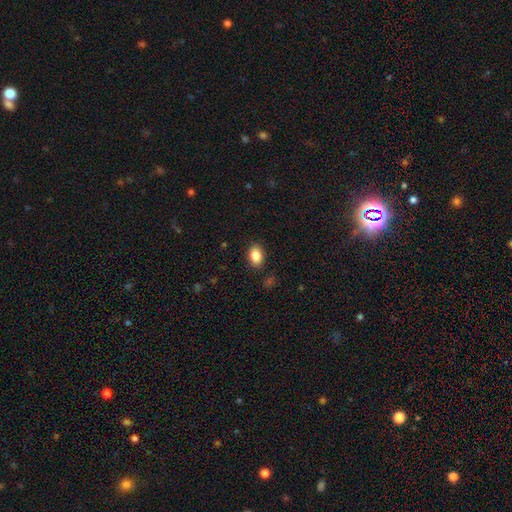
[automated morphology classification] Overall: smooth (86%). How rounded: in between (83%). Merging: none (88%).